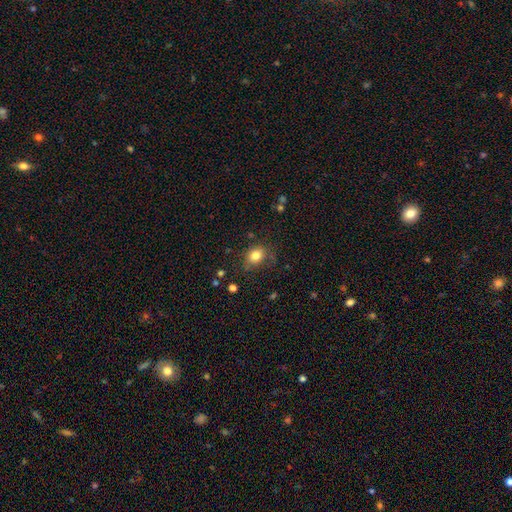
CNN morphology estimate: Smooth or featured?
  - smooth: 81% *
  - star or artifact: 11%
  - featured or disk: 8%
How rounded?
  - round: 54% *
  - in between: 45%
  - cigar-shaped: 1%
Merging?
  - none: 70% *
  - minor disturbance: 21%
  - major disturbance: 7%
  - merger: 2%